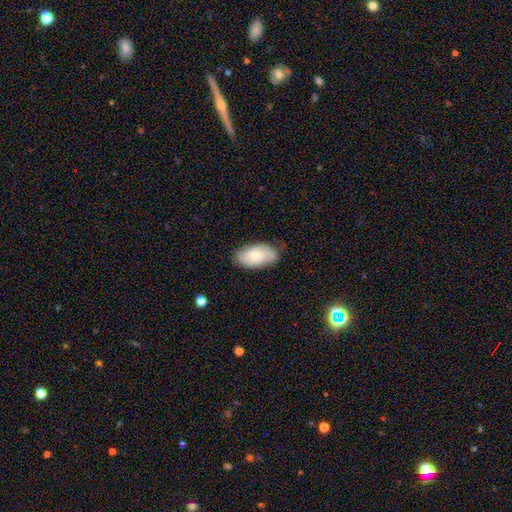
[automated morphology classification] smooth 69%, featured or disk 25%, star or artifact 6%. Down the decision tree: how rounded — in between (94%); merging — none (75%).